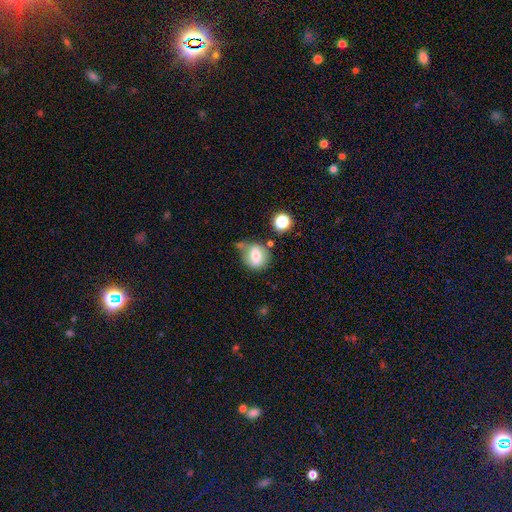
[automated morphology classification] Smooth or featured: smooth — 66% (featured or disk — 23%)
How rounded: round — 70% (in between — 28%)
Merging: none — 51% (minor disturbance — 24%)